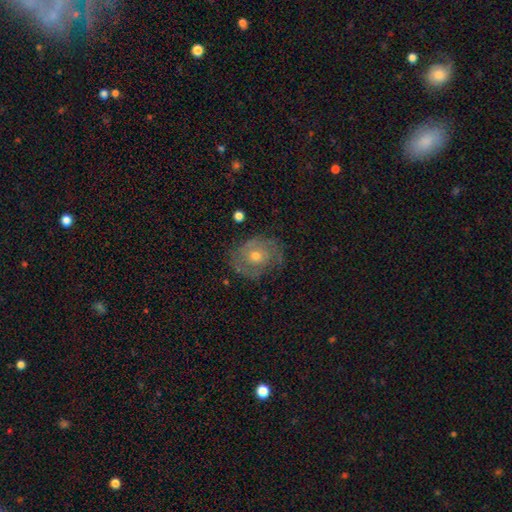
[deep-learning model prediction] This is likely a featured or disk galaxy (68%). It is clearly not viewed edge-on (96%). Bar: likely no (80%). Spiral arm pattern: likely yes (78%). Spiral arm count: possibly 2 (46%). Spiral winding: possibly tight (58%). Central bulge: likely moderate (61%). Merging: likely none (72%).